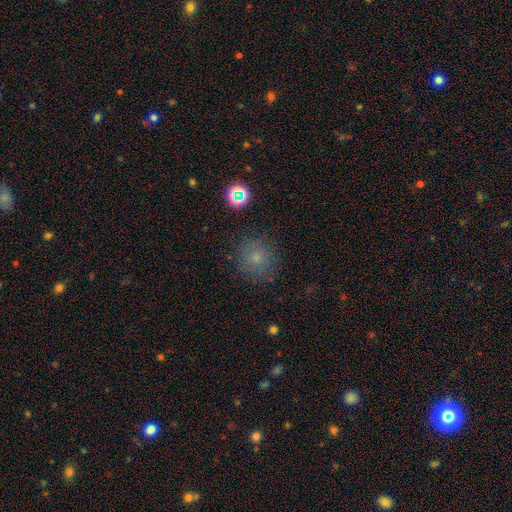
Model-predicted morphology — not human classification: A smooth galaxy with no disk features (72%) that is round (92%). Merging: none (83%).